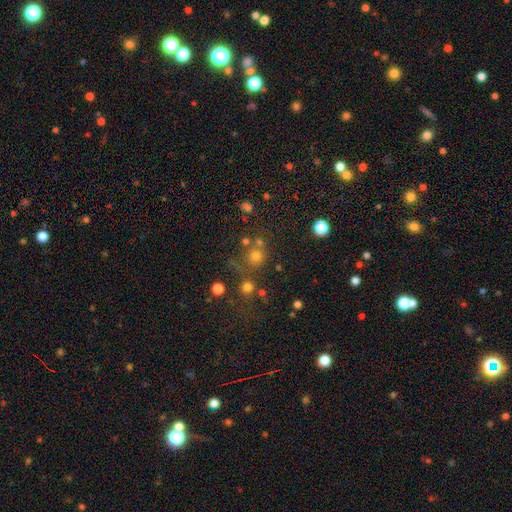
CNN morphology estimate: type=smooth (72%); roundness=round (91%); merging=none (66%).